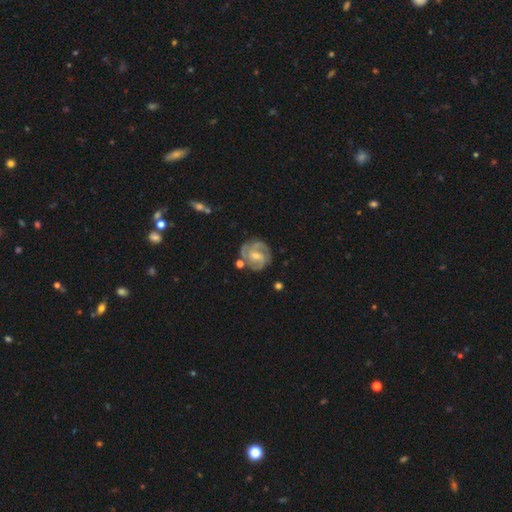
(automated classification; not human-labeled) smooth-or-featured: featured or disk: 83% | smooth: 11% | star or artifact: 6%
  disk-edge-on: no: 98% | yes: 2%
    bar: no: 52% | weak: 38% | strong: 9%
    has-spiral-arms: yes: 95% | no: 5%
      spiral-winding: tight: 62% | medium: 32% | loose: 7%
      spiral-arm-count: 3: 37% | 2: 31% | can't tell: 17% | 4: 7% | 1: 4% | more than 4: 4%
    bulge-size: small: 49% | moderate: 47% | none: 2% | large: 1% | dominant: 1%
  merging: none: 72% | minor disturbance: 17% | major disturbance: 5% | merger: 5%